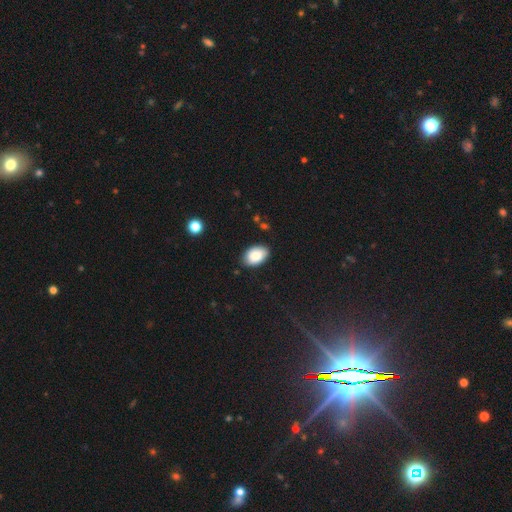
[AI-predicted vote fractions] This appears to be a smooth galaxy with no disk features (85%) that is in between round and cigar-shaped (89%). Merging: none (83%).